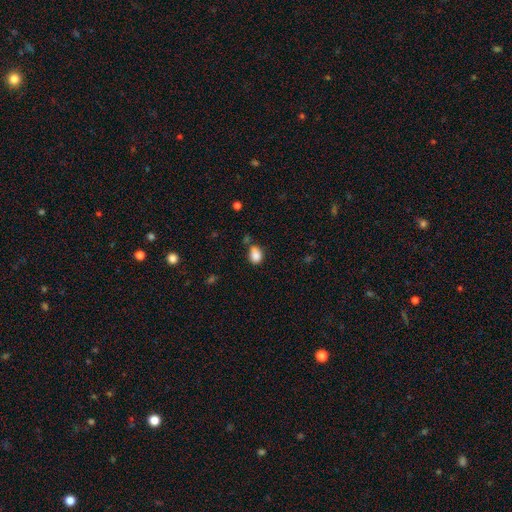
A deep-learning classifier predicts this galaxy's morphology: This appears to be a smooth galaxy with no disk features (85%) that is in between round and cigar-shaped (71%). Merging: none (55%).